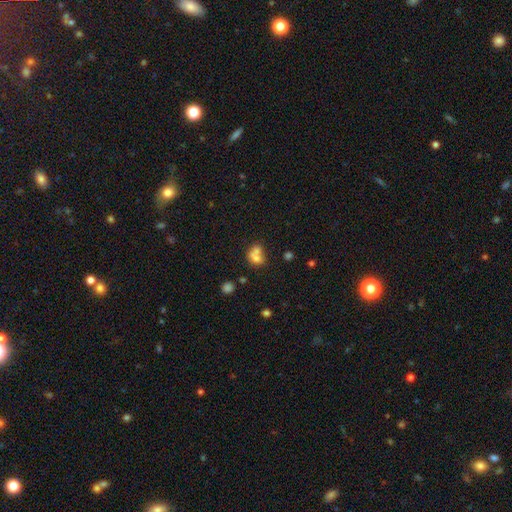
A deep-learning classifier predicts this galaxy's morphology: Q: Smooth or featured?
A: smooth (68%); runner-up: featured or disk (20%)
Q: How rounded?
A: round (55%); runner-up: in between (44%)
Q: Merging?
A: merger (62%); runner-up: none (25%)